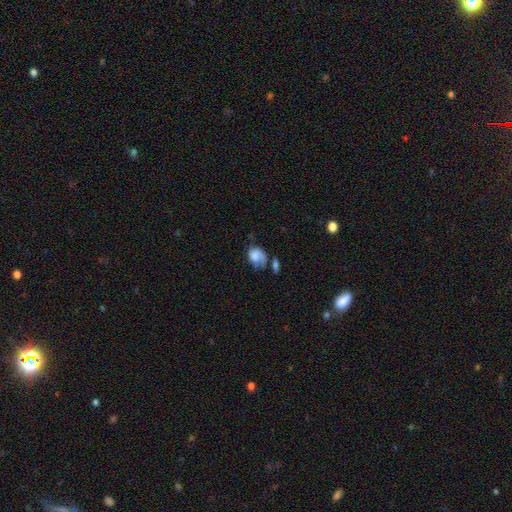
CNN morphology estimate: Smooth or featured? Predicted: smooth (p=0.54). How rounded? Predicted: in between (p=0.61). Merging? Predicted: major disturbance (p=0.30).